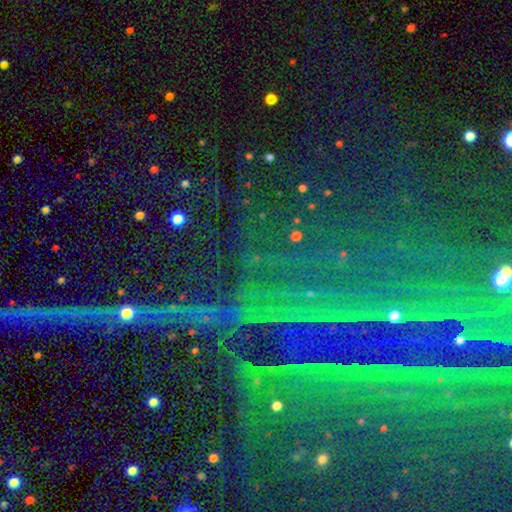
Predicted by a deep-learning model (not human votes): A star or artifact, not a galaxy (87%).